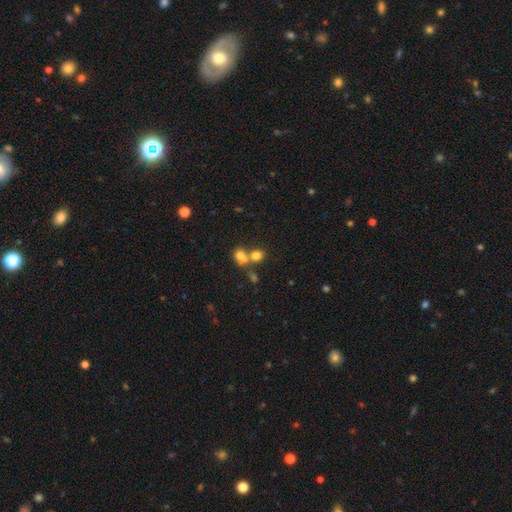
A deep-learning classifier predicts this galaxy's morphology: smooth 74%, star or artifact 13%, featured or disk 12%. Down the decision tree: how rounded — round (57%); merging — merger (52%).